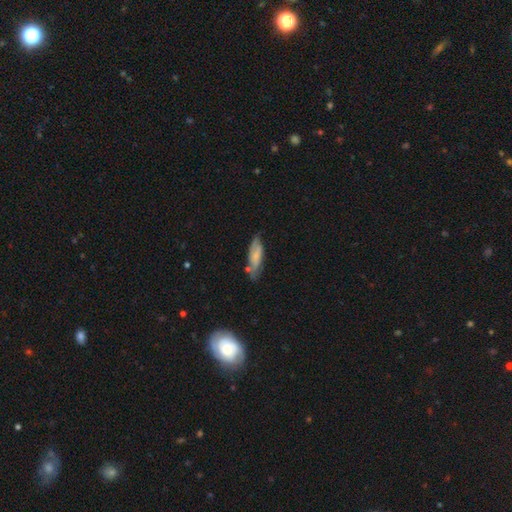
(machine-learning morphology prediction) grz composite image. It shows a smooth galaxy with no disk features (56%) that is in between round and cigar-shaped (54%). Merging: none (60%).